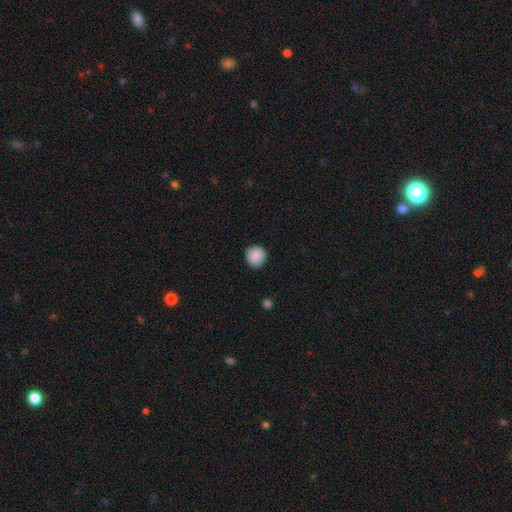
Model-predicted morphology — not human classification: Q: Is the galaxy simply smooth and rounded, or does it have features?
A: smooth — 89%.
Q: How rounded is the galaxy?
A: round — 92%.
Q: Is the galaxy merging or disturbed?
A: none — 89%.